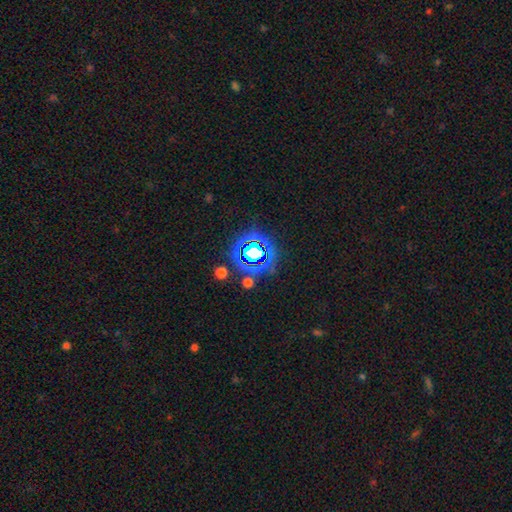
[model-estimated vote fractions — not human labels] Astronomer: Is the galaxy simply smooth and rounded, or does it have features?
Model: star or artifact — 67%.